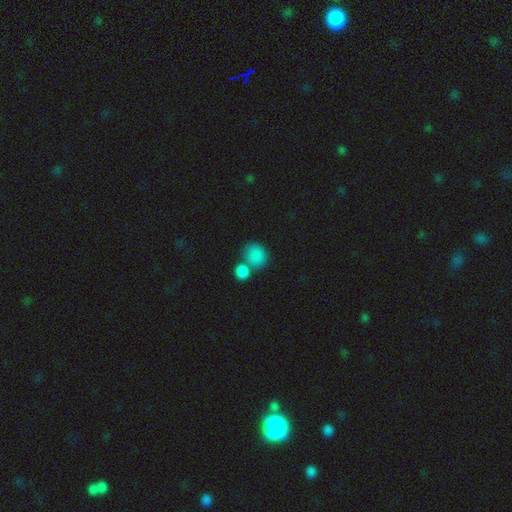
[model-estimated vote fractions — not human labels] Q: Smooth or featured?
A: smooth (86%); runner-up: star or artifact (9%)
Q: How rounded?
A: round (62%); runner-up: in between (37%)
Q: Merging?
A: none (46%); runner-up: merger (38%)